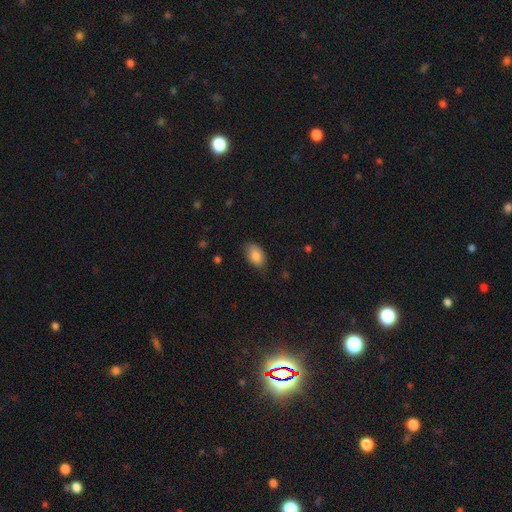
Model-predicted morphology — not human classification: This is clearly a smooth galaxy (86%). How rounded: clearly in between (91%). Merging: likely none (76%).